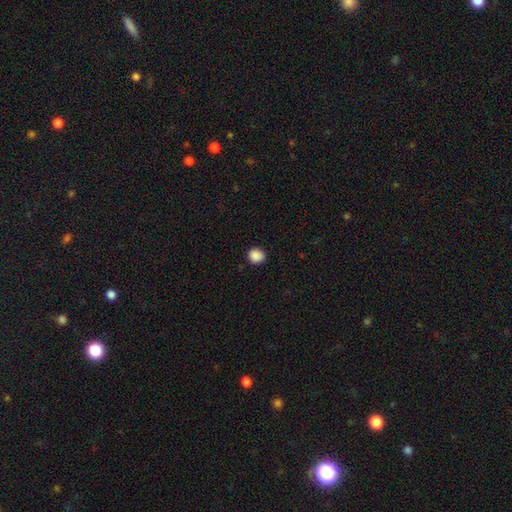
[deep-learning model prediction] Q: Smooth or featured?
A: smooth (89%); runner-up: star or artifact (9%)
Q: How rounded?
A: round (81%); runner-up: in between (18%)
Q: Merging?
A: none (91%); runner-up: minor disturbance (6%)